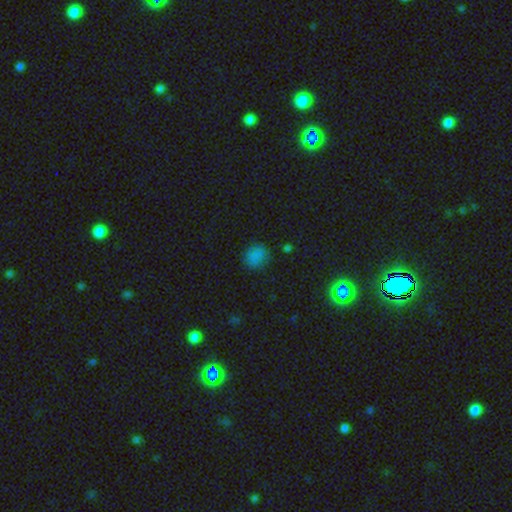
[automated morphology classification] The model was most divided on "how rounded": round: 74%, in between: 25%, cigar-shaped: 1%. More confident: merging — none (80%); smooth or featured — smooth (78%).